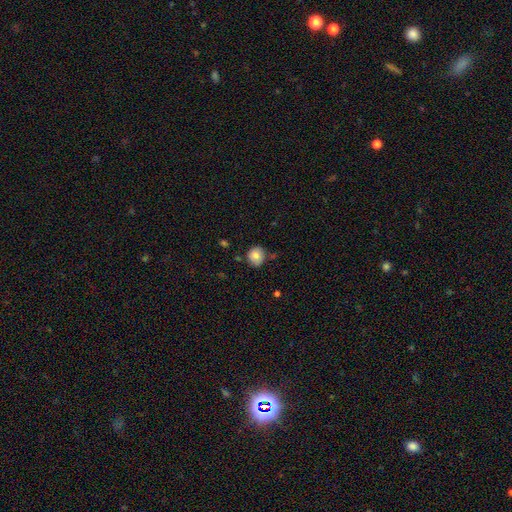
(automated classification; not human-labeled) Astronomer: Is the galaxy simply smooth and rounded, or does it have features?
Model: smooth — 80%.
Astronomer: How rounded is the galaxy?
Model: round — 85%.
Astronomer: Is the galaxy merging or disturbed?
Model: none — 79%.